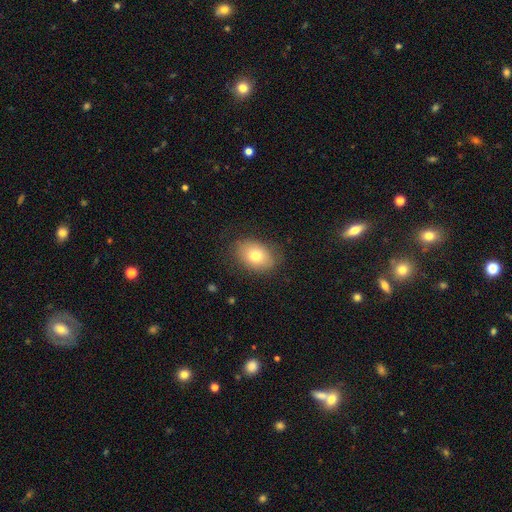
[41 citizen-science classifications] Q: Smooth or featured?
A: smooth (83%); runner-up: star or artifact (10%)
Q: How rounded?
A: in between (88%); runner-up: round (12%)
Q: Merging?
A: none (86%); runner-up: minor disturbance (11%)